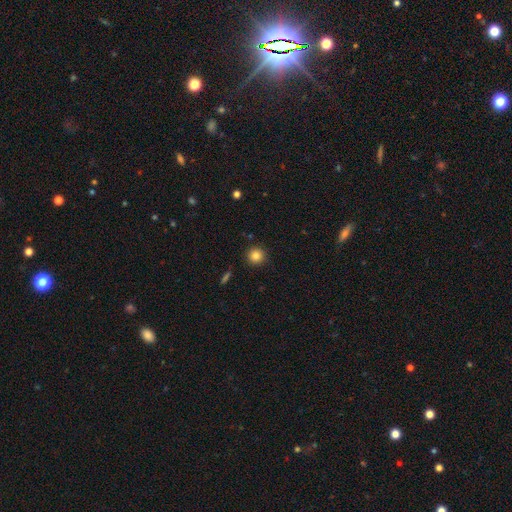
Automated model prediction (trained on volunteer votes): The model was most divided on "smooth or featured": smooth: 83%, star or artifact: 11%, featured or disk: 6%. More confident: how rounded — round (95%); merging — none (90%).